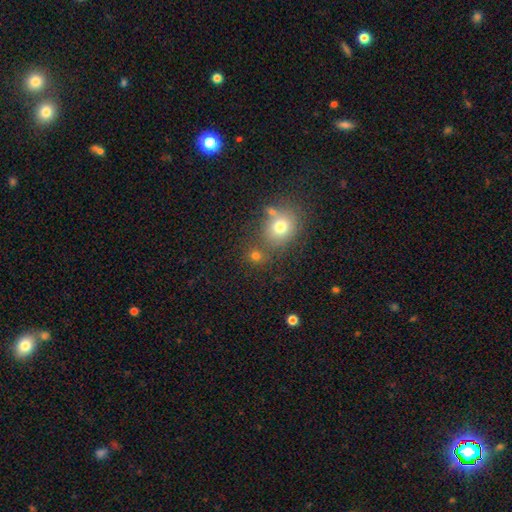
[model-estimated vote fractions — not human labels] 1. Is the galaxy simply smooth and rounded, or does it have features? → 73% smooth, 17% star or artifact, 9% featured or disk.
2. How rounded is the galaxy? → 79% round, 20% in between, 1% cigar-shaped.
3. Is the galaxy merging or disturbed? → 64% none, 22% merger, 10% minor disturbance, 5% major disturbance.